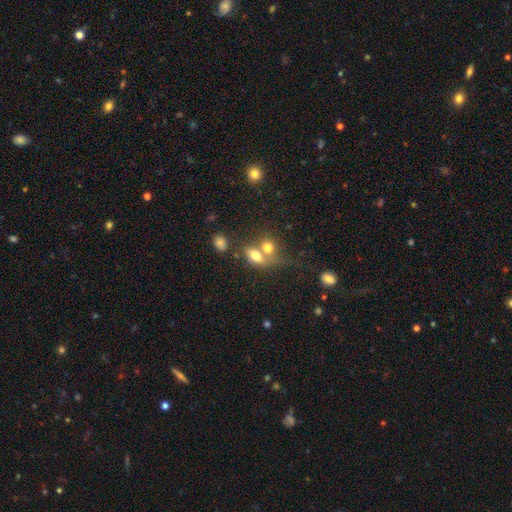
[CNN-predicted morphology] Smooth or featured: smooth — 73% (featured or disk — 16%)
How rounded: in between — 75% (round — 21%)
Merging: merger — 59% (none — 27%)